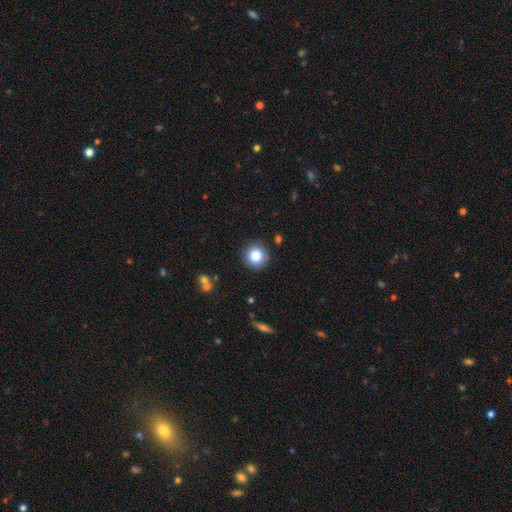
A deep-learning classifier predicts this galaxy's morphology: Smooth or featured: smooth — 84% (star or artifact — 10%)
How rounded: round — 94% (in between — 5%)
Merging: none — 88% (minor disturbance — 8%)